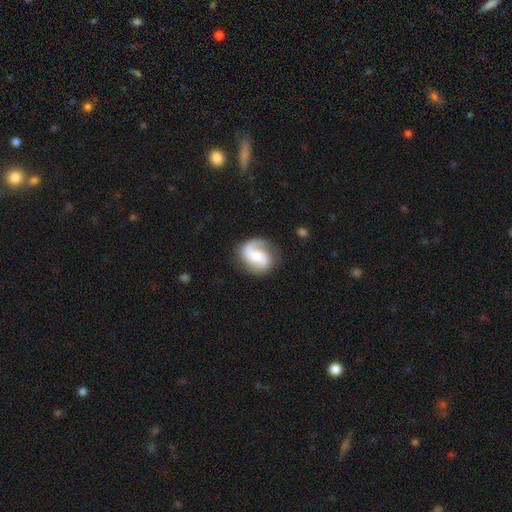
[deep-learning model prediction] Smooth or featured: featured or disk — 78% (smooth — 16%)
Edge-on disk: no — 98% (yes — 2%)
Bar: no — 44% (weak — 40%)
Spiral arms: yes — 96% (no — 4%)
Spiral winding: medium — 45% (loose — 35%)
Spiral arm count: 2 — 73% (1 — 20%)
Bulge size: moderate — 45% (small — 37%)
Merging: none — 74% (minor disturbance — 16%)